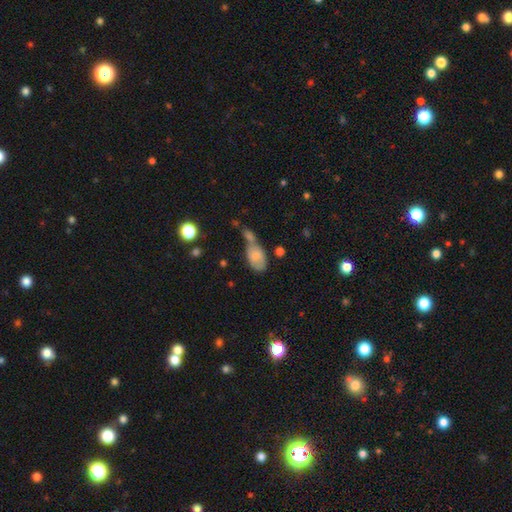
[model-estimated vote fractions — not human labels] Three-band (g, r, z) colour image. It shows a smooth galaxy with no disk features (76%) that is in between round and cigar-shaped (91%). Merging: merger (50%).